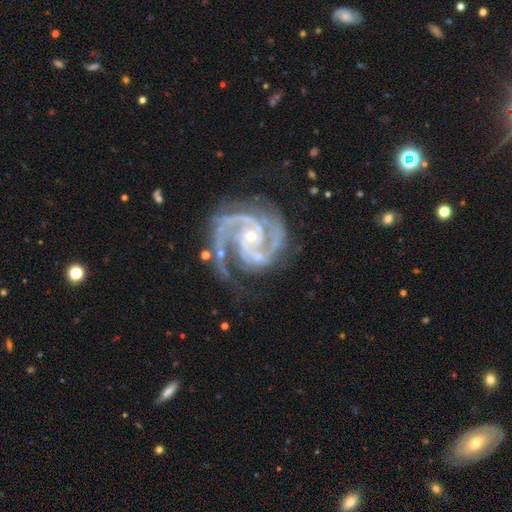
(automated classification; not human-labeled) A featured or disk galaxy (93%) with no bar (64%), 2 (59%) medium (48%) spiral arms (98%) and a small central bulge (55%).

Vote fractions:
- Smooth or featured? featured or disk: 93% / star or artifact: 4% / smooth: 2%
- Edge-on disk? no: 98% / yes: 2%
- Bar? no: 64% / weak: 26% / strong: 10%
- Spiral arms? yes: 98% / no: 2%
- Spiral winding? medium: 48% / tight: 43% / loose: 8%
- Spiral arm count? 2: 59% / 3: 22% / can't tell: 6% / 4: 5% / 1: 4% / more than 4: 4%
- Bulge size? small: 55% / moderate: 41% / large: 2% / none: 1% / dominant: 1%
- Merging? none: 57% / minor disturbance: 21% / major disturbance: 18% / merger: 4%